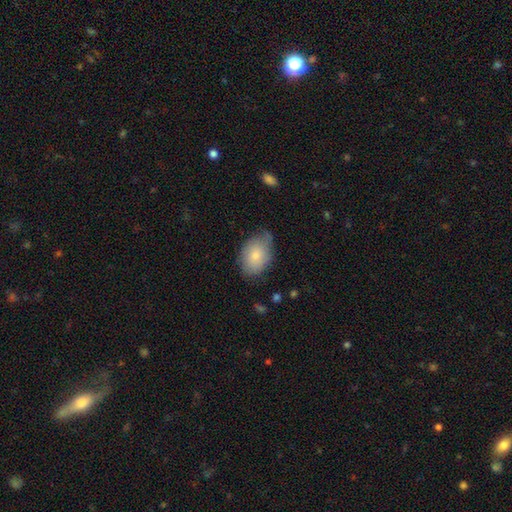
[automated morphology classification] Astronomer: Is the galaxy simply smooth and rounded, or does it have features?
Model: smooth — 79%.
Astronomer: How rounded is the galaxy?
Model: in between — 85%.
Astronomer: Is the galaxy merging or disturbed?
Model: none — 58%.